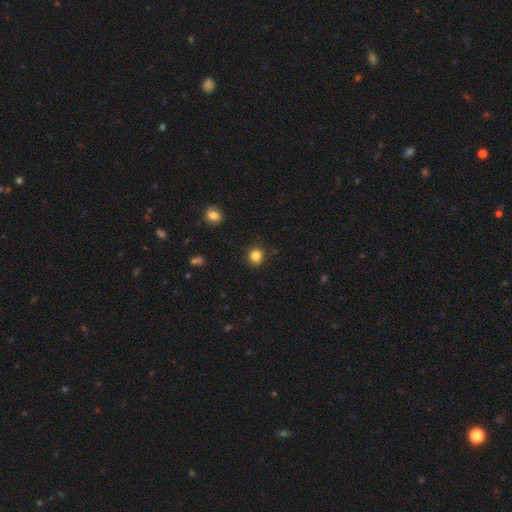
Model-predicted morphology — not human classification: This appears to be a smooth galaxy with no disk features (83%) that is round (90%). Merging: none (89%).